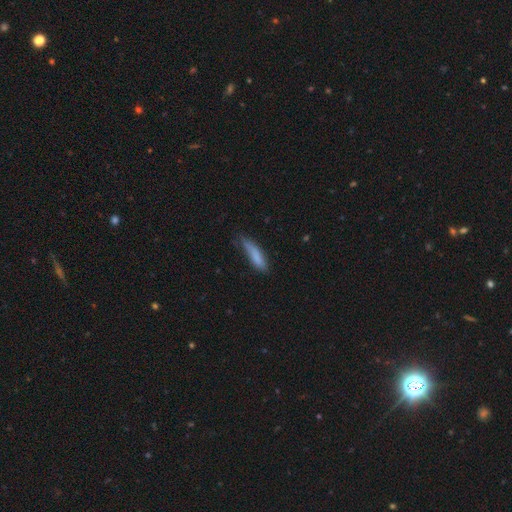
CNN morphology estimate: smooth_or_featured: smooth (p=0.80) [alt: featured or disk p=0.13]
how_rounded: cigar-shaped (p=0.73) [alt: in between p=0.25]
merging: none (p=0.51) [alt: minor disturbance p=0.36]